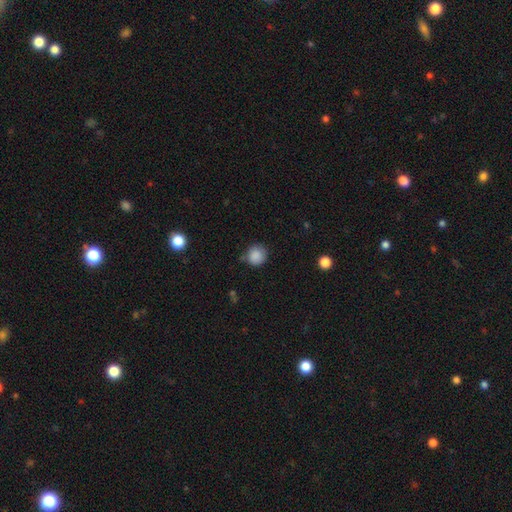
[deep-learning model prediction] Smooth or featured? Predicted: smooth (p=0.87). How rounded? Predicted: round (p=0.88). Merging? Predicted: none (p=0.75).